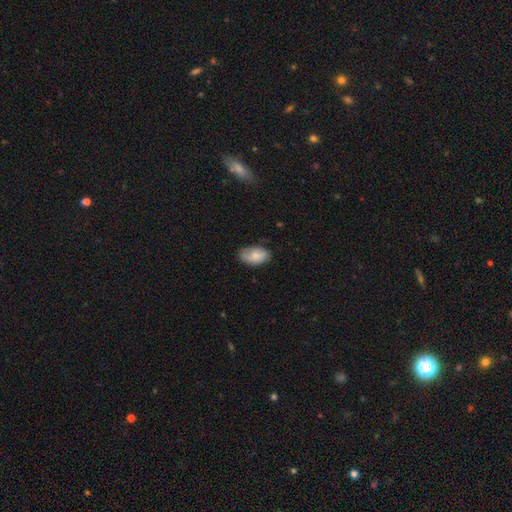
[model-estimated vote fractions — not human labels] Q: Smooth or featured?
A: smooth (73%); runner-up: featured or disk (20%)
Q: How rounded?
A: in between (93%); runner-up: round (5%)
Q: Merging?
A: none (71%); runner-up: minor disturbance (23%)